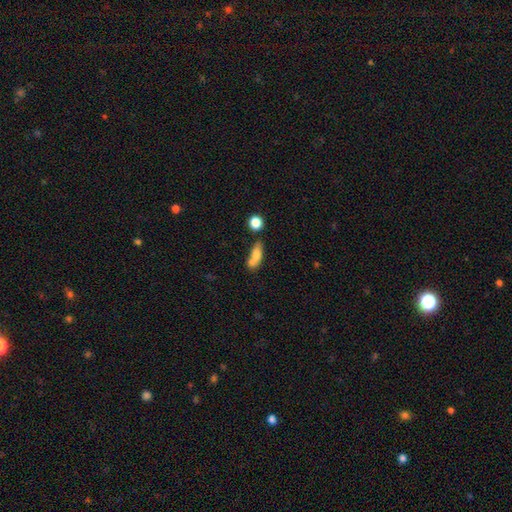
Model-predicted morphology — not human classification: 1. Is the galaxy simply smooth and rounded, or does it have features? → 70% smooth, 21% featured or disk, 9% star or artifact.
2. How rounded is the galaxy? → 64% in between, 28% cigar-shaped, 7% round.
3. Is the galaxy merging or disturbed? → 44% none, 32% merger, 17% minor disturbance, 8% major disturbance.